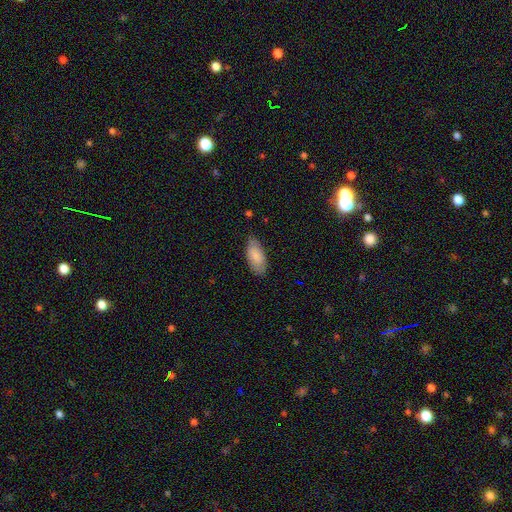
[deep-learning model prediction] This appears to be a smooth galaxy with no disk features (81%) that is in between round and cigar-shaped (90%). Merging: none (76%).